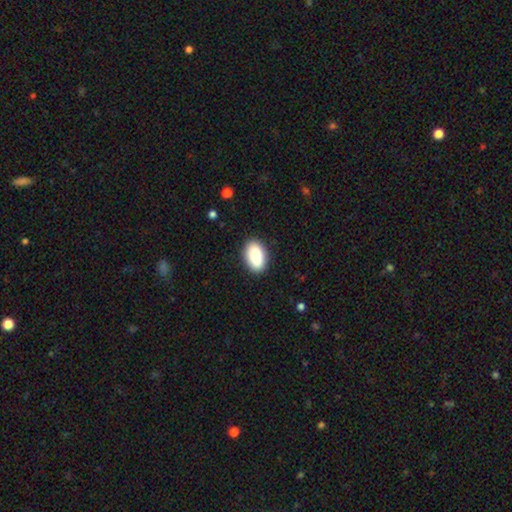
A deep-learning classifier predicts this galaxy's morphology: Smooth or featured? Predicted: smooth (p=0.87). How rounded? Predicted: in between (p=0.93). Merging? Predicted: none (p=0.88).